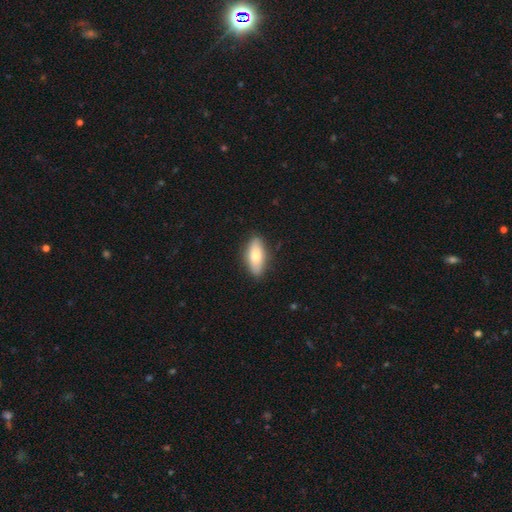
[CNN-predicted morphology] A smooth galaxy with no disk features (74%) that is in between round and cigar-shaped (80%). Merging: none (85%).